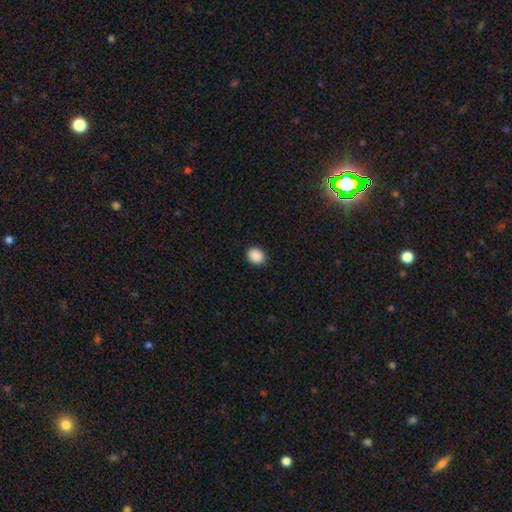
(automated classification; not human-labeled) The model was most divided on "how rounded": round: 55%, in between: 44%, cigar-shaped: 1%. More confident: merging — none (90%); smooth or featured — smooth (89%).